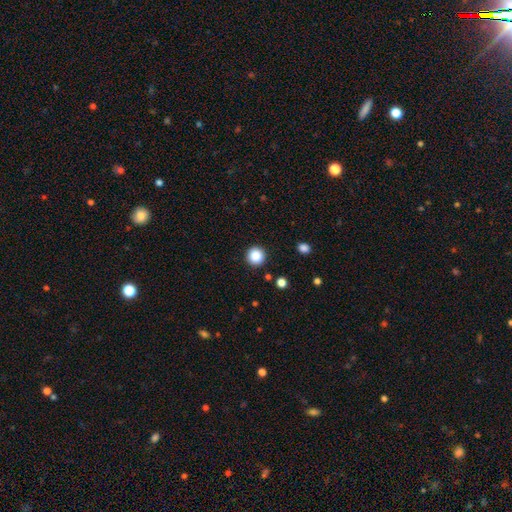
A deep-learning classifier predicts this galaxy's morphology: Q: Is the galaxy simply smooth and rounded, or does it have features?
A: smooth — 86%.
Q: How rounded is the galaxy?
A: round — 95%.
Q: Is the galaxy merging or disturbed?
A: none — 92%.